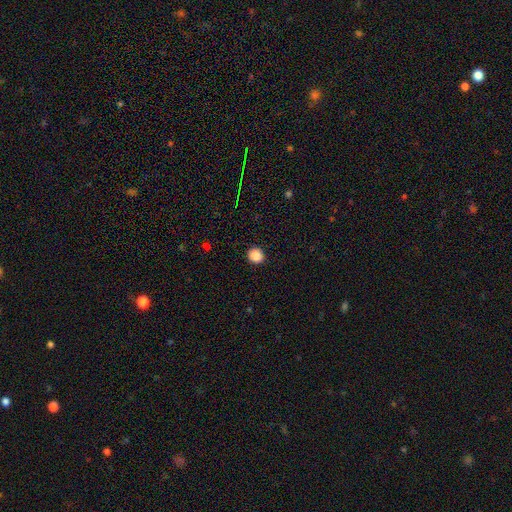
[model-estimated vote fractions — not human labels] smooth_or_featured: smooth (p=0.88) [alt: star or artifact p=0.10]
how_rounded: round (p=0.85) [alt: in between p=0.14]
merging: none (p=0.91) [alt: minor disturbance p=0.06]